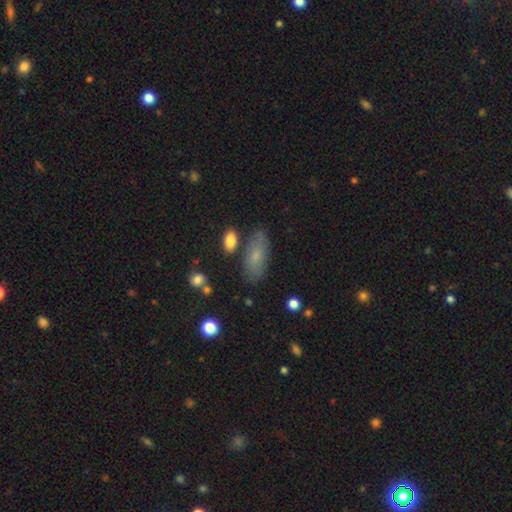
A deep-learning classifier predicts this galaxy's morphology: This appears to be a smooth galaxy with no disk features (72%) that is in between round and cigar-shaped (79%). Merging: none (74%).